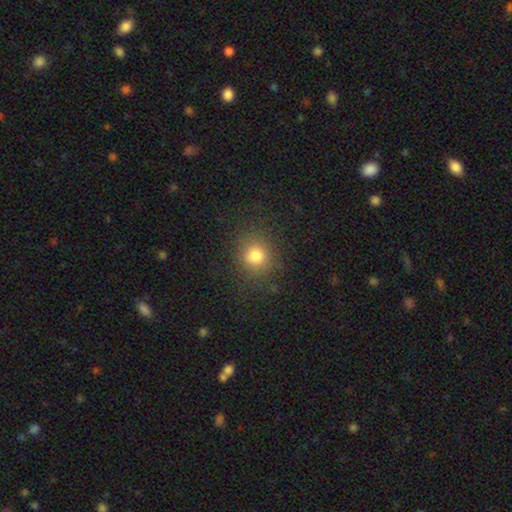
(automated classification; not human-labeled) This appears to be a smooth galaxy with no disk features (78%) that is round (84%). Merging: none (85%).